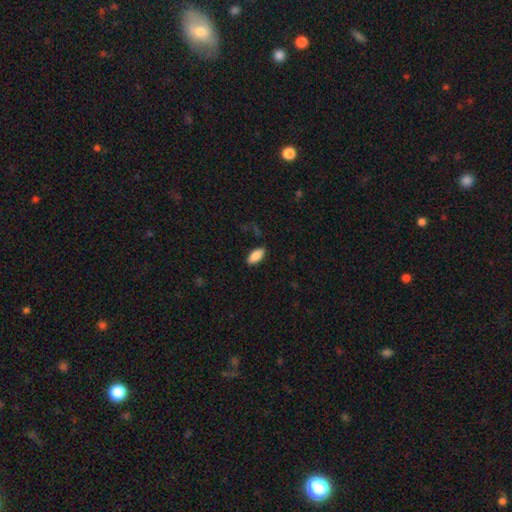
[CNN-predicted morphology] Smooth or featured? Predicted: smooth (p=0.88). How rounded? Predicted: in between (p=0.89). Merging? Predicted: none (p=0.86).